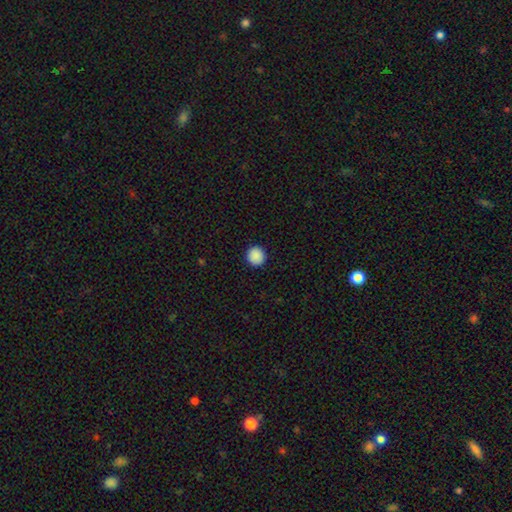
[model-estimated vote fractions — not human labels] A smooth galaxy with no disk features (89%) that is round (95%). Merging: none (93%).